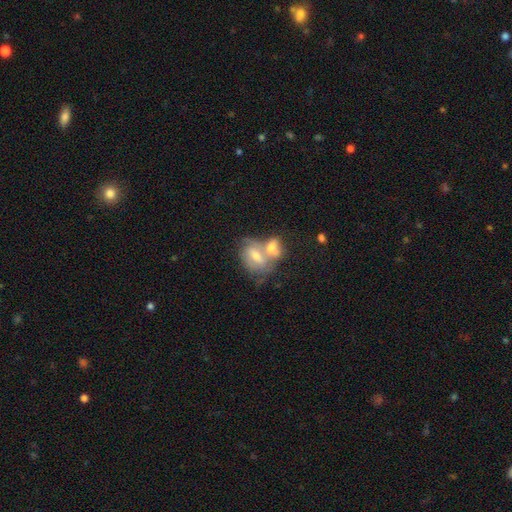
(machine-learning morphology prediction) Smooth or featured?
  - featured or disk: 51% *
  - smooth: 42%
  - star or artifact: 8%
Edge-on disk?
  - no: 94% *
  - yes: 6%
Merging?
  - merger: 65% *
  - none: 19%
  - minor disturbance: 10%
  - major disturbance: 6%